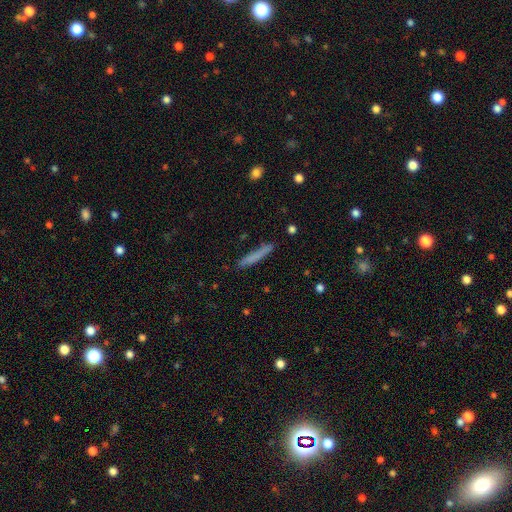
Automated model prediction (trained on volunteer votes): smooth 74%, featured or disk 19%, star or artifact 7%. Down the decision tree: how rounded — cigar-shaped (95%); merging — none (84%).